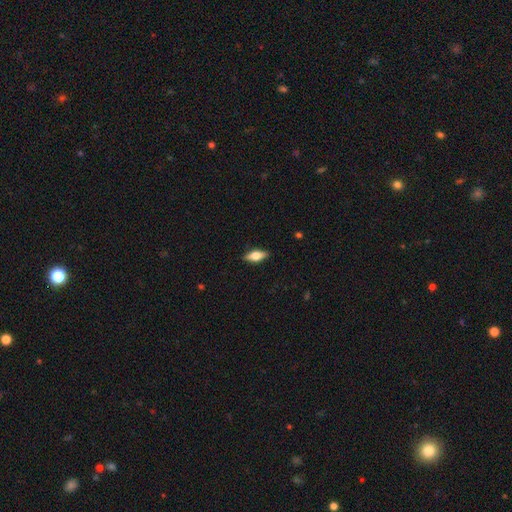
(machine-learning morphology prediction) Overall: smooth (54%; featured or disk 39%). How rounded: in between (72%). Merging: none (88%).